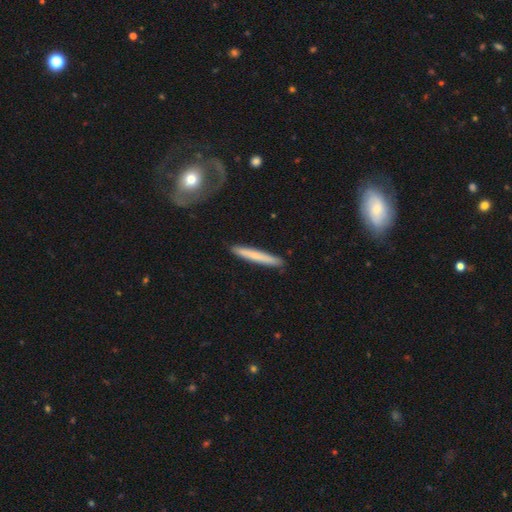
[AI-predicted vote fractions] Overall: smooth (67%; featured or disk 27%). How rounded: cigar-shaped (96%). Merging: none (90%).